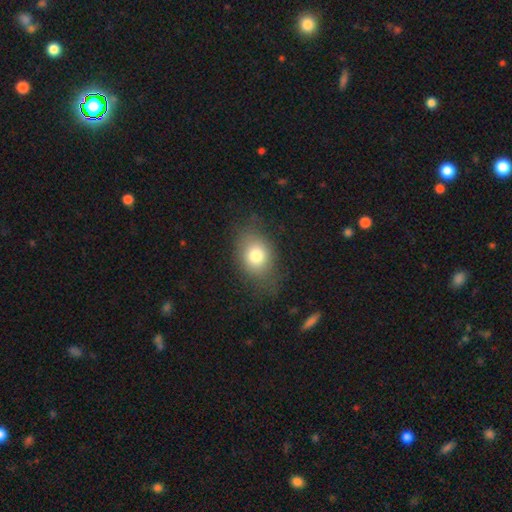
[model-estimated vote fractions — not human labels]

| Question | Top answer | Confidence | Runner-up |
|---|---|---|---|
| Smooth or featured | smooth | 77% | featured or disk (12%) |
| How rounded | in between | 60% | round (39%) |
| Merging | none | 69% | minor disturbance (21%) |